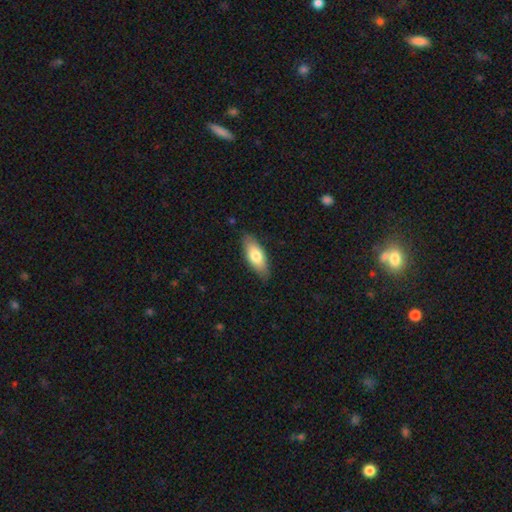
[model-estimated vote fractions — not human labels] This appears to be a smooth galaxy with no disk features (74%) that is in between round and cigar-shaped (80%). Merging: none (83%).